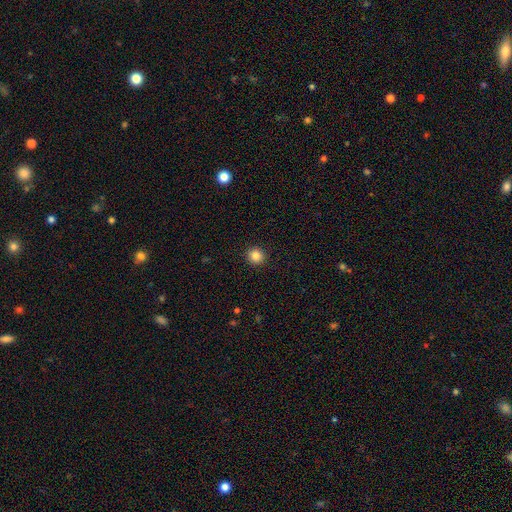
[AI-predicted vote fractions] This appears to be a smooth galaxy with no disk features (85%) that is round (93%). Merging: none (93%).